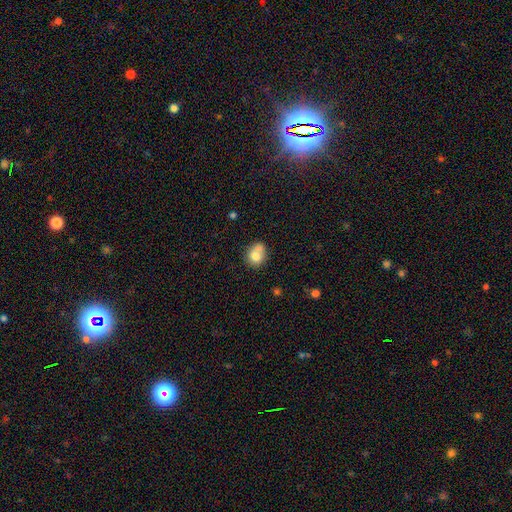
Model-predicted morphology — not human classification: Smooth or featured? smooth (75%)
How rounded? round (65%)
Merging? none (46%)